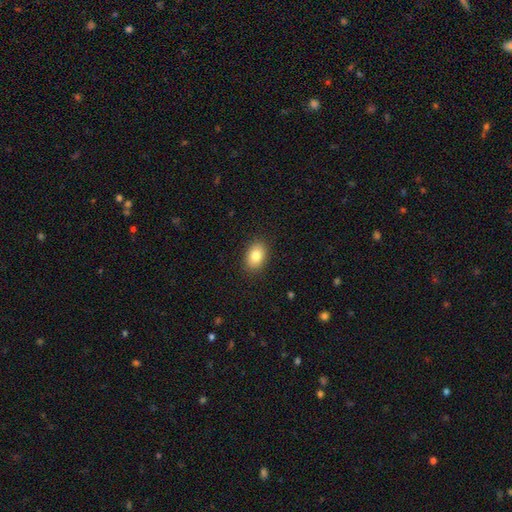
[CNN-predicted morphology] This appears to be a smooth galaxy with no disk features (84%) that is in between round and cigar-shaped (80%). Merging: none (89%).